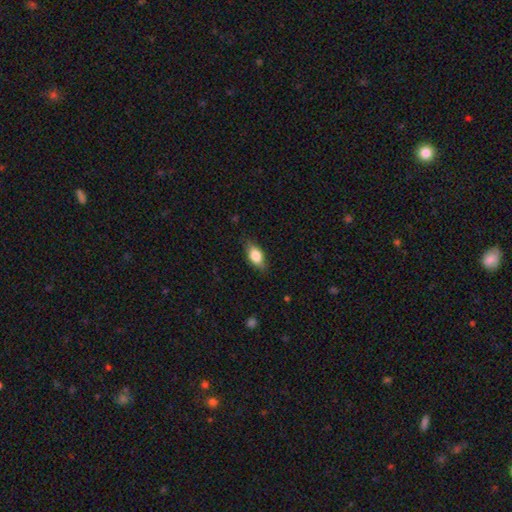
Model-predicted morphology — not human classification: A smooth galaxy with no disk features (78%) that is in between round and cigar-shaped (85%).

Vote fractions:
- Smooth or featured? smooth: 78% / featured or disk: 15% / star or artifact: 7%
- How rounded? in between: 85% / round: 8% / cigar-shaped: 8%
- Merging? none: 78% / minor disturbance: 18% / major disturbance: 4% / merger: 1%